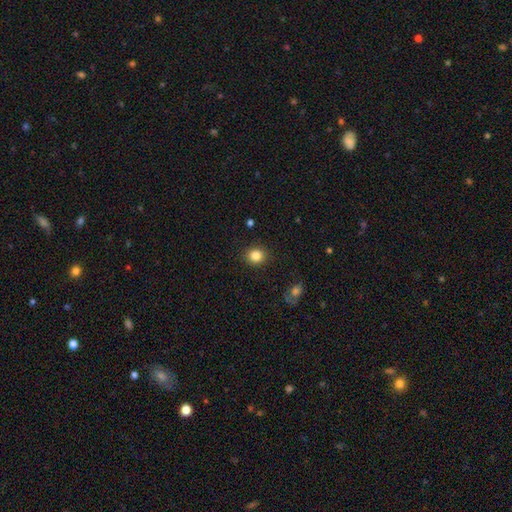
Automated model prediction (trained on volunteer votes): This appears to be a smooth galaxy with no disk features (84%) that is round (79%). Merging: none (90%).